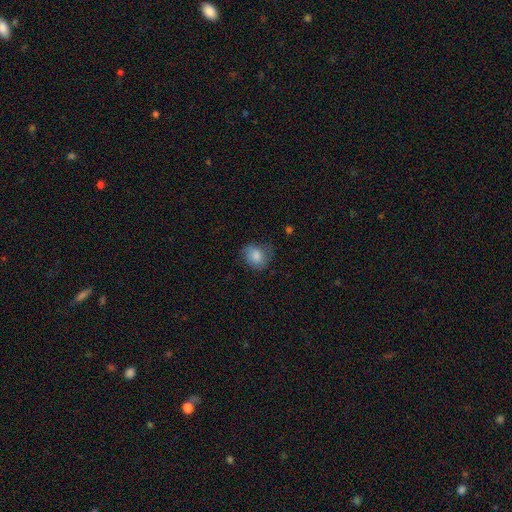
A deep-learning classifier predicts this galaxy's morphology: type=smooth (81%); roundness=round (64%); merging=none (62%).